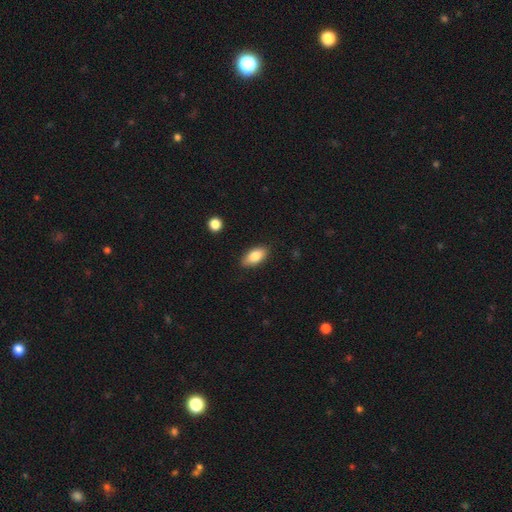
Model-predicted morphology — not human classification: Smooth or featured? Predicted: smooth (p=0.83). How rounded? Predicted: in between (p=0.90). Merging? Predicted: none (p=0.86).